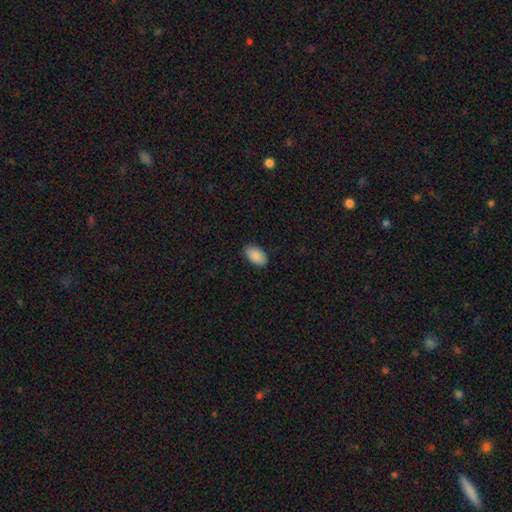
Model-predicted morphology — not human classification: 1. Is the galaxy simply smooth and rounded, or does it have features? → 90% smooth, 7% star or artifact, 4% featured or disk.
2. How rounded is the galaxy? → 94% in between, 4% round, 1% cigar-shaped.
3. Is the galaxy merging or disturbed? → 86% none, 11% minor disturbance, 2% major disturbance, 1% merger.